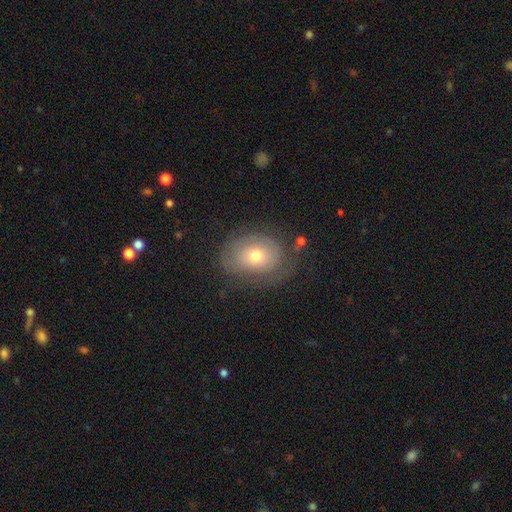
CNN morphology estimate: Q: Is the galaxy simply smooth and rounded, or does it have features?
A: smooth — 50%.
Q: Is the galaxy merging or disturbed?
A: none — 62%.